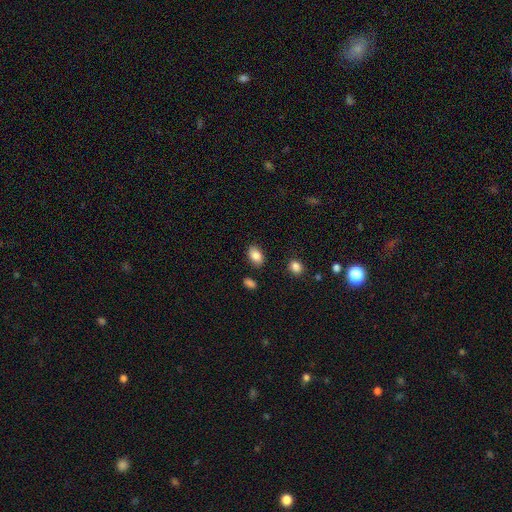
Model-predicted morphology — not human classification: This appears to be a smooth galaxy with no disk features (86%) that is in between round and cigar-shaped (87%). Merging: none (84%).